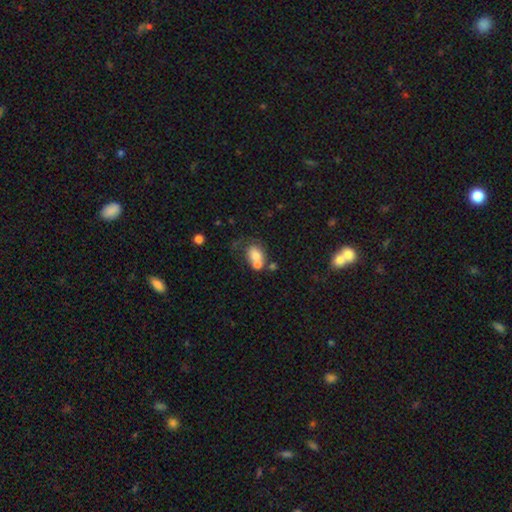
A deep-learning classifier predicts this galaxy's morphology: Smooth or featured?
  - smooth: 69% *
  - featured or disk: 21%
  - star or artifact: 10%
How rounded?
  - in between: 66% *
  - round: 33%
  - cigar-shaped: 1%
Merging?
  - merger: 52% *
  - none: 27%
  - minor disturbance: 13%
  - major disturbance: 9%